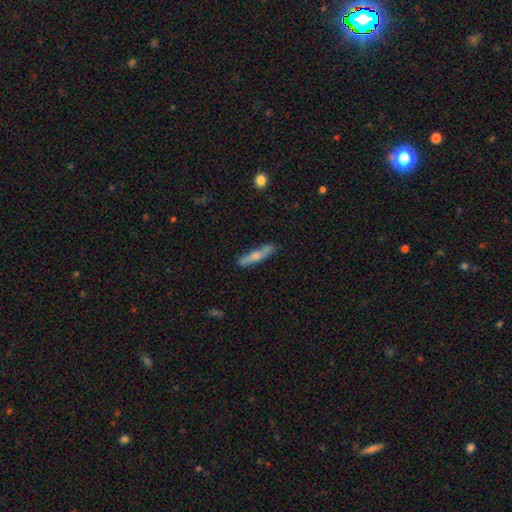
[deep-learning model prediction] Smooth or featured? Predicted: smooth (p=0.55). How rounded? Predicted: cigar-shaped (p=0.88). Merging? Predicted: none (p=0.82).